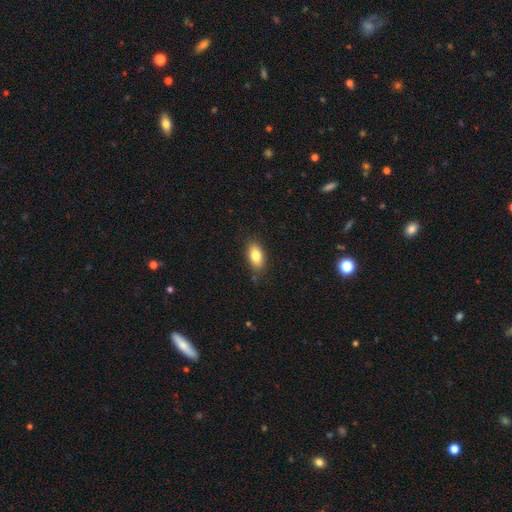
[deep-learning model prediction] Smooth or featured? Predicted: smooth (p=0.82). How rounded? Predicted: in between (p=0.90). Merging? Predicted: none (p=0.82).